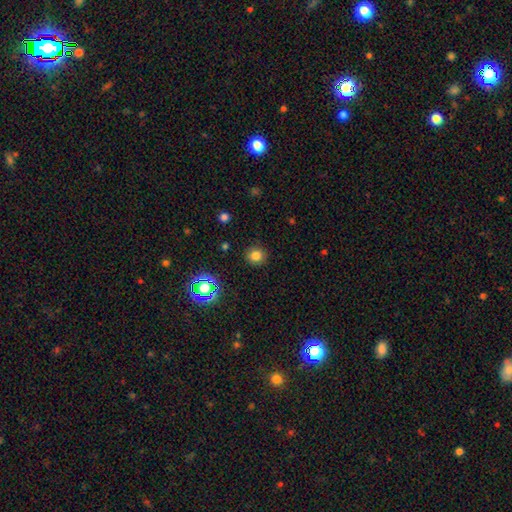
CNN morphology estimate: smooth_or_featured: smooth (p=0.78) [alt: star or artifact p=0.16]
how_rounded: round (p=0.88) [alt: in between p=0.11]
merging: none (p=0.89) [alt: minor disturbance p=0.07]